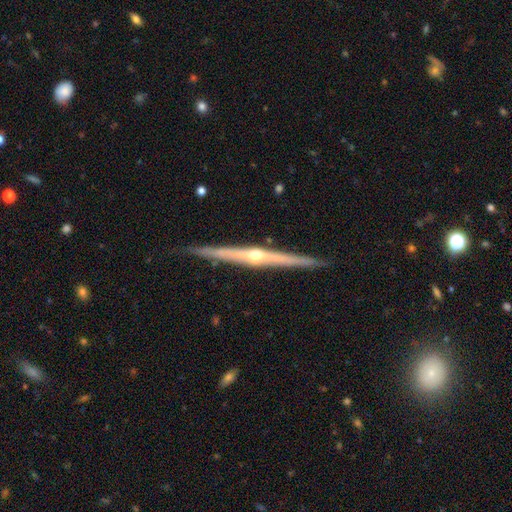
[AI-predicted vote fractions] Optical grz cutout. It shows a featured or disk galaxy (84%) viewed edge-on (98%) with a rounded central bulge (87%). Merging: none (89%).